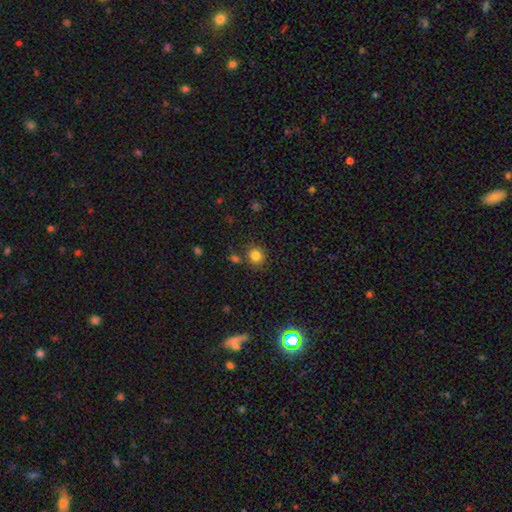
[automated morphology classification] smooth_or_featured: smooth (p=0.82) [alt: star or artifact p=0.12]
how_rounded: round (p=0.85) [alt: in between p=0.14]
merging: none (p=0.78) [alt: minor disturbance p=0.10]